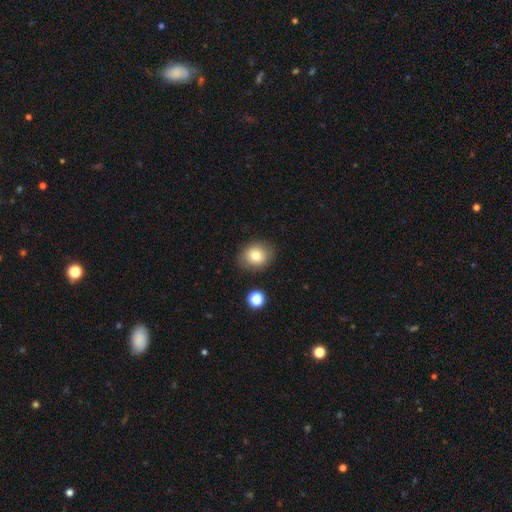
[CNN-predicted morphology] type=smooth (78%); roundness=round (69%); merging=none (83%).